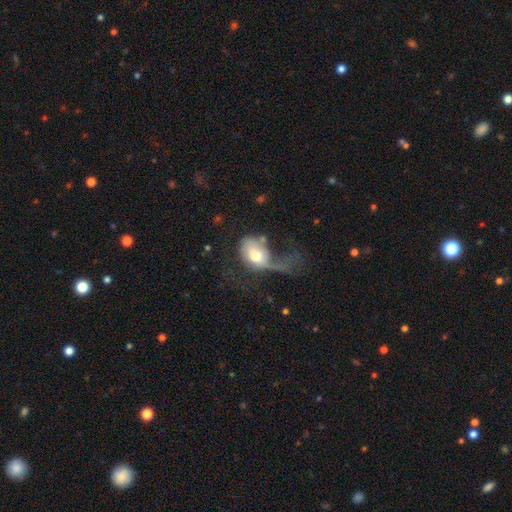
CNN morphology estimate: smooth 61%, featured or disk 31%, star or artifact 8%. Down the decision tree: how rounded — in between (73%); merging — major disturbance (61%).